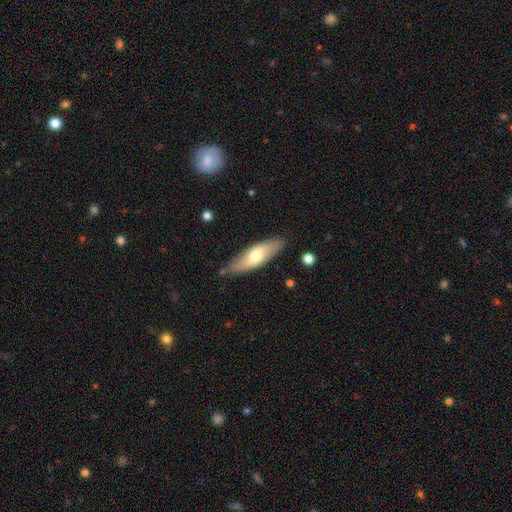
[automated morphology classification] type=smooth (58%); roundness=in between (54%); merging=none (83%).